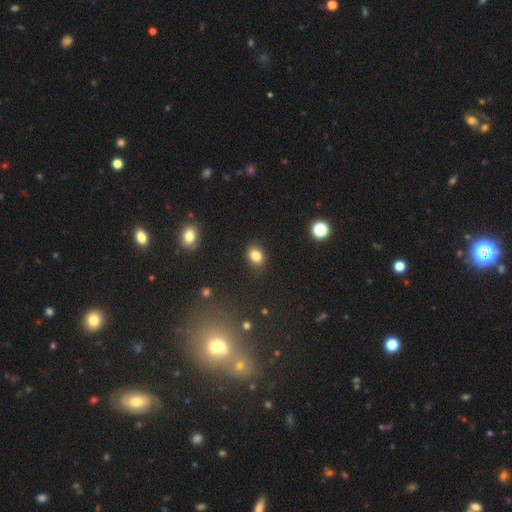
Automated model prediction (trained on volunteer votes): smooth_or_featured: smooth (p=0.83) [alt: star or artifact p=0.10]
how_rounded: in between (p=0.67) [alt: round p=0.32]
merging: none (p=0.85) [alt: minor disturbance p=0.11]